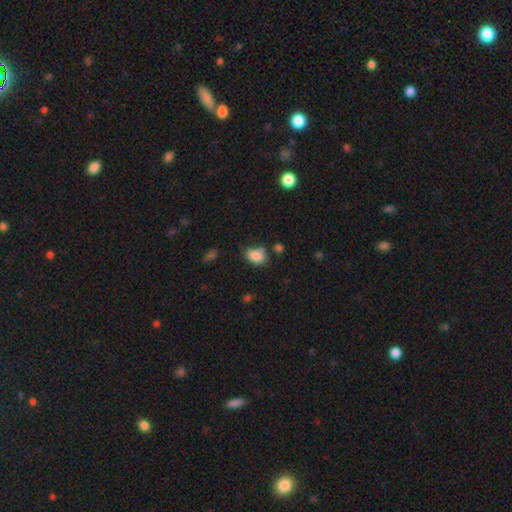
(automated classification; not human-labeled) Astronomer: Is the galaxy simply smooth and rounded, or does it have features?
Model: smooth — 83%.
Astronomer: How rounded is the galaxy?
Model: in between — 85%.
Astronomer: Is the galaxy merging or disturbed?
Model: none — 56%.